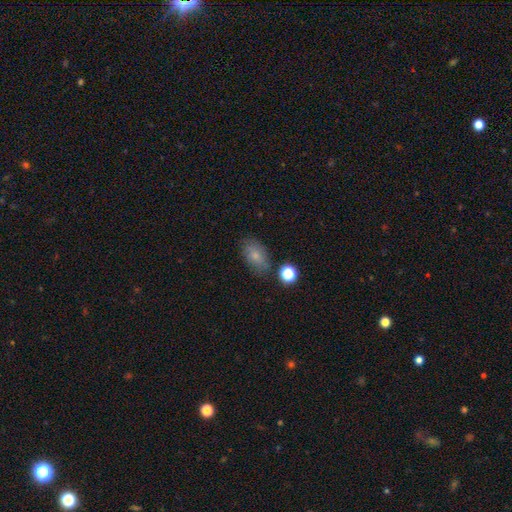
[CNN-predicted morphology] smooth 75%, featured or disk 14%, star or artifact 11%. Down the decision tree: how rounded — in between (86%); merging — none (71%).